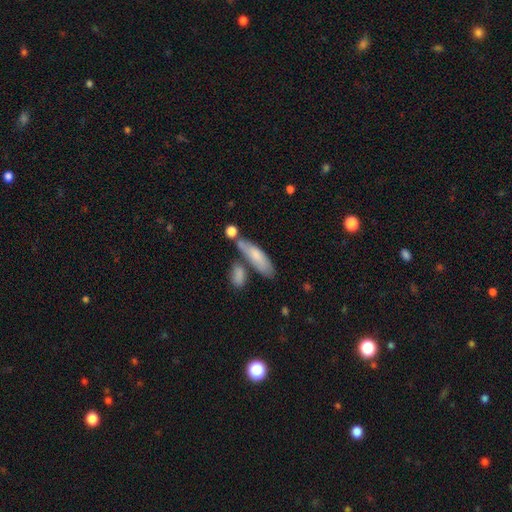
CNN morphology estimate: Smooth or featured? Predicted: smooth (p=0.71). How rounded? Predicted: cigar-shaped (p=0.54). Merging? Predicted: none (p=0.54).